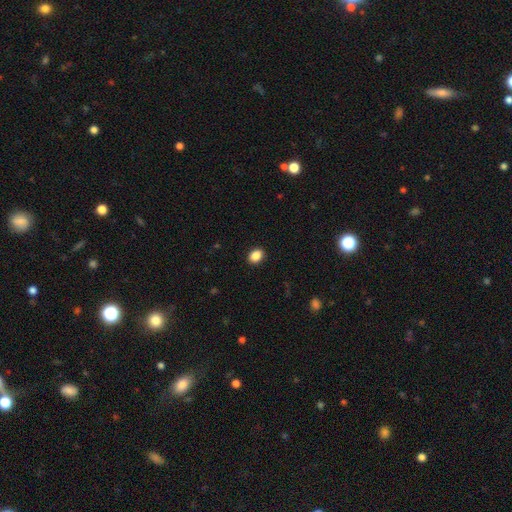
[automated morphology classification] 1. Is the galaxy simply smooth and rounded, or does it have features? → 88% smooth, 9% star or artifact, 3% featured or disk.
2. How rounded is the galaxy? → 63% in between, 36% round, 1% cigar-shaped.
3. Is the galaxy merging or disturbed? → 91% none, 6% minor disturbance, 2% major disturbance, 1% merger.